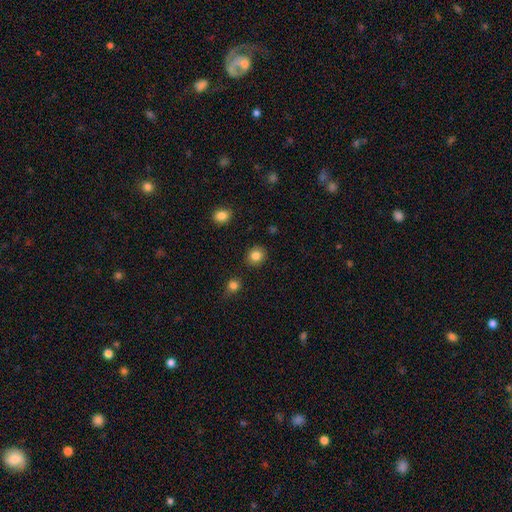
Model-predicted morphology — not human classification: Smooth or featured? smooth (84%)
How rounded? round (79%)
Merging? none (89%)